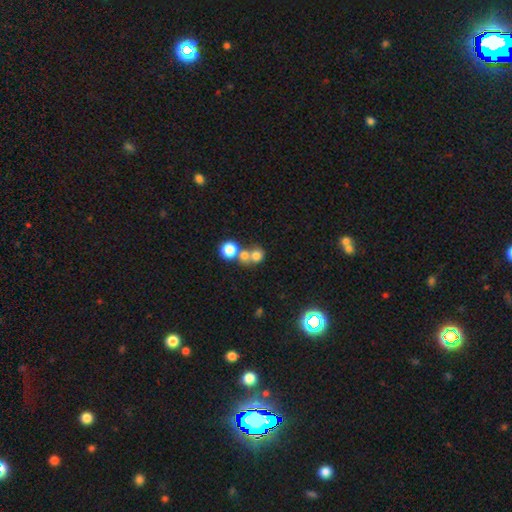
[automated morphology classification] Smooth or featured? Predicted: smooth (p=0.72). How rounded? Predicted: round (p=0.79). Merging? Predicted: merger (p=0.49).